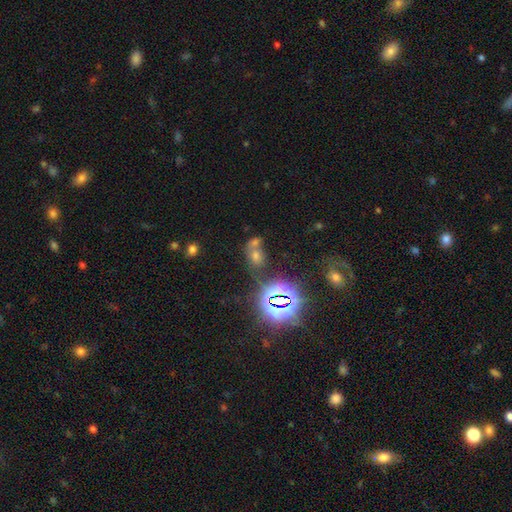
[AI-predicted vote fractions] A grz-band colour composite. It shows a star or artifact, not a galaxy (50%).